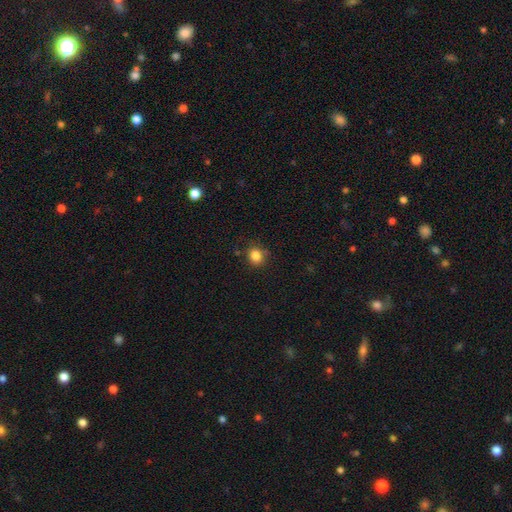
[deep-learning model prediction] Smooth or featured?
  - smooth: 84% *
  - star or artifact: 11%
  - featured or disk: 5%
How rounded?
  - round: 78% *
  - in between: 21%
  - cigar-shaped: 1%
Merging?
  - none: 81% *
  - minor disturbance: 13%
  - major disturbance: 3%
  - merger: 3%